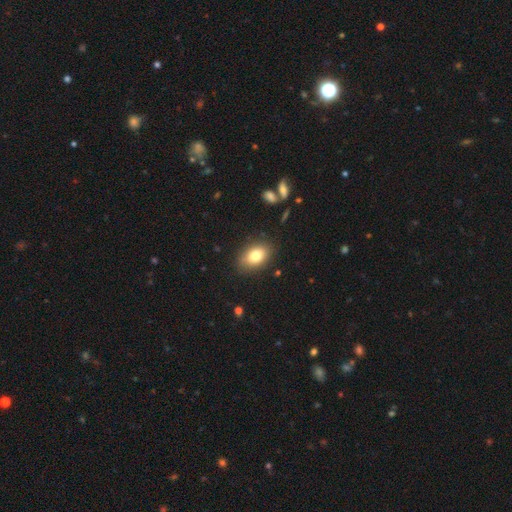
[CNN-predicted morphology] A smooth galaxy with no disk features (80%) that is in between round and cigar-shaped (85%). Merging: none (84%).